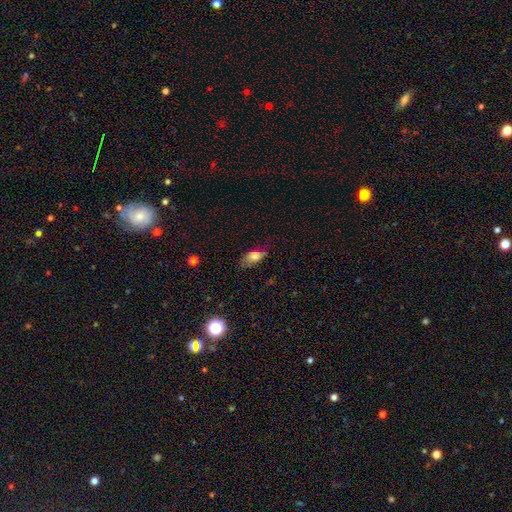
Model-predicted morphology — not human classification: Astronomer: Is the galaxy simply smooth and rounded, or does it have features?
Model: smooth — 72%.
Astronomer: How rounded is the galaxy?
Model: in between — 85%.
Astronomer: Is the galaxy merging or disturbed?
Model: none — 51% (runner-up: minor disturbance, 32%).